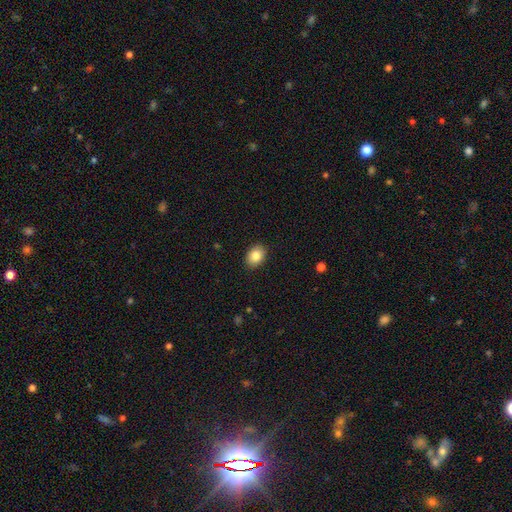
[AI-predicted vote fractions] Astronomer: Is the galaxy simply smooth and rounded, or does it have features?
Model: smooth — 85%.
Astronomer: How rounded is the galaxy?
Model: in between — 69%.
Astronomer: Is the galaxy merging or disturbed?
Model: none — 90%.